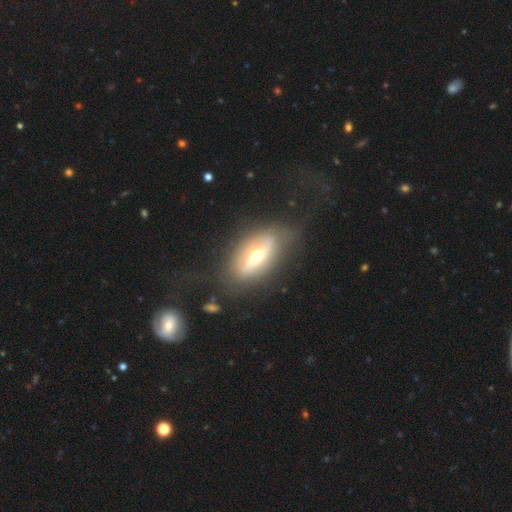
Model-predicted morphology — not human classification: Overall: featured or disk (60%; smooth 33%). Edge-on disk: no (72%). Merging: none (64%).